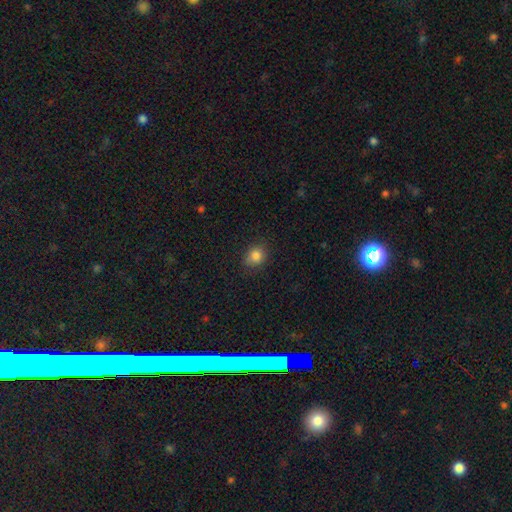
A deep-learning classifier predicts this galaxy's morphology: A smooth galaxy with no disk features (84%) that is round (67%). Merging: none (83%).